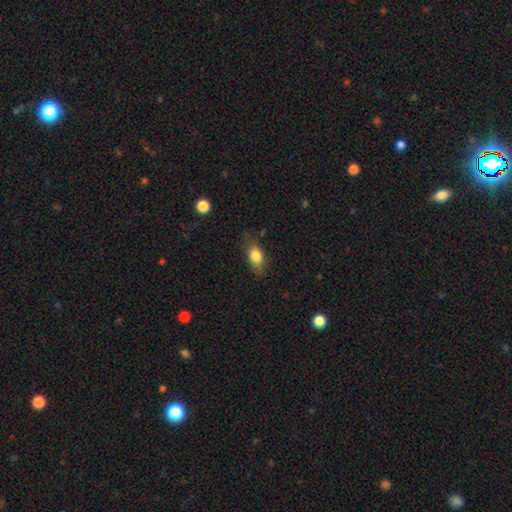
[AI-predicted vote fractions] smooth-or-featured: smooth: 81% | featured or disk: 11% | star or artifact: 8%
  how-rounded: in between: 81% | round: 12% | cigar-shaped: 7%
  merging: none: 73% | minor disturbance: 20% | major disturbance: 5% | merger: 1%